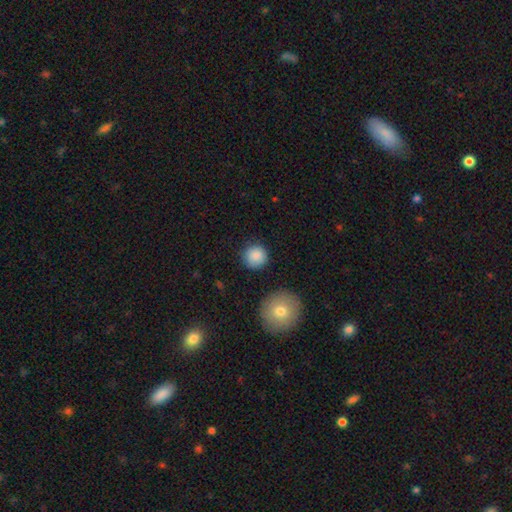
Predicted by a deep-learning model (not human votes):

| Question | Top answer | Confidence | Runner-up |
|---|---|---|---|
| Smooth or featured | smooth | 88% | star or artifact (8%) |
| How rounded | round | 94% | in between (5%) |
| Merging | none | 87% | minor disturbance (9%) |